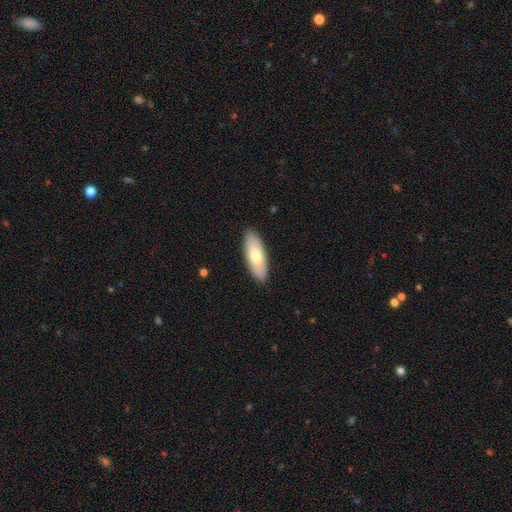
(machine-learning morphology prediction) type=smooth (71%); roundness=in between (72%); merging=none (89%).